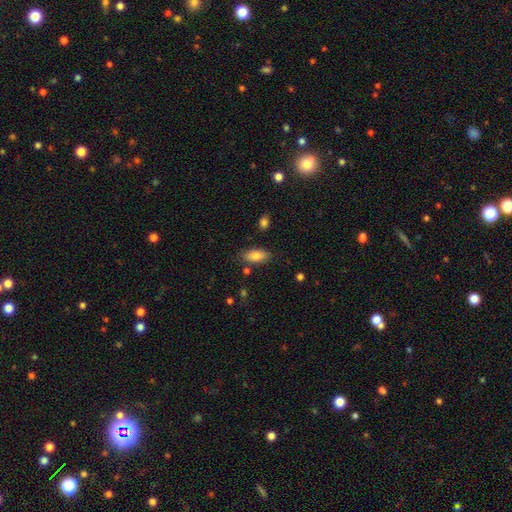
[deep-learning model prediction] A smooth galaxy with no disk features (81%) that is in between round and cigar-shaped (87%).

Vote fractions:
- Smooth or featured? smooth: 81% / featured or disk: 12% / star or artifact: 7%
- How rounded? in between: 87% / cigar-shaped: 10% / round: 3%
- Merging? none: 79% / minor disturbance: 14% / merger: 4% / major disturbance: 3%